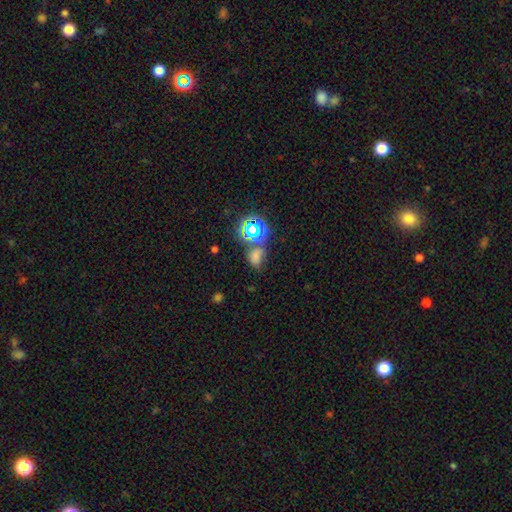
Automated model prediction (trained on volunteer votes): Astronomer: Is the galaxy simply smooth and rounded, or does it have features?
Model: smooth — 50% (runner-up: star or artifact, 39%).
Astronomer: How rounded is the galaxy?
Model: in between — 70%.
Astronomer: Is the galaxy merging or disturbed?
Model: none — 51%.